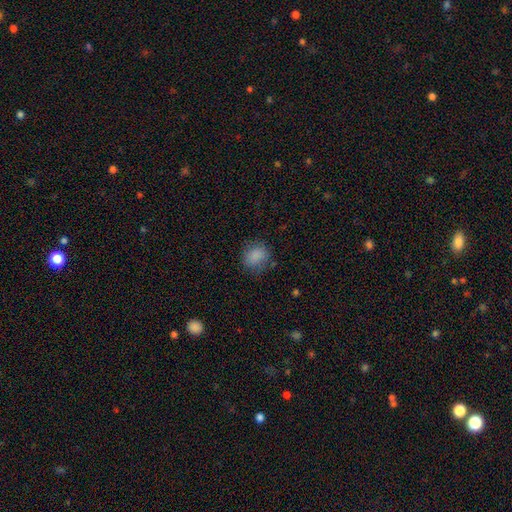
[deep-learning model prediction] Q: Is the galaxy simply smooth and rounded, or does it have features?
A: smooth — 85%.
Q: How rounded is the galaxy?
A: round — 61%.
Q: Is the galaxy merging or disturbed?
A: none — 75%.